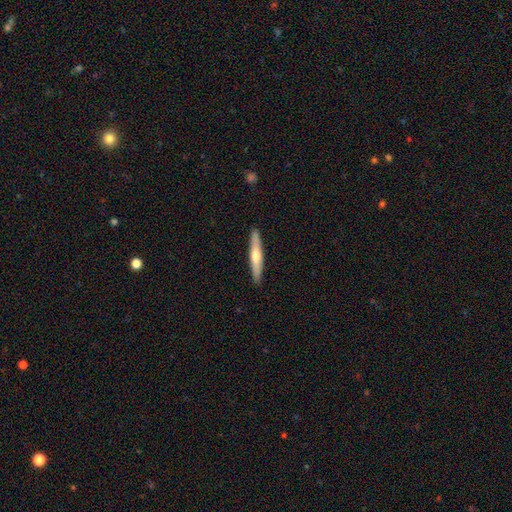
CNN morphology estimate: smooth 50%, featured or disk 44%, star or artifact 5%. Down the decision tree: how rounded — cigar-shaped (92%); merging — none (91%).